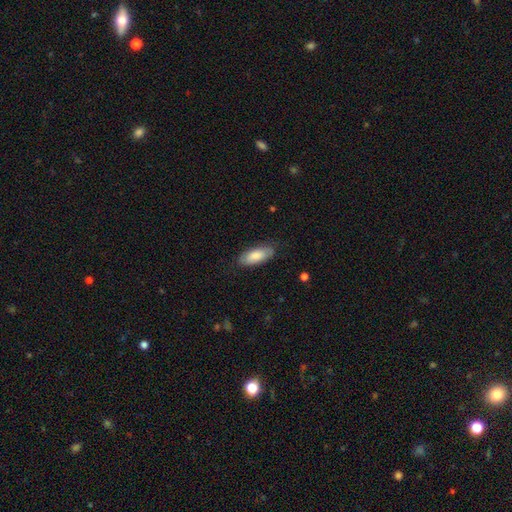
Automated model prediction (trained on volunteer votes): Overall: smooth (82%). How rounded: in between (82%). Merging: none (79%).